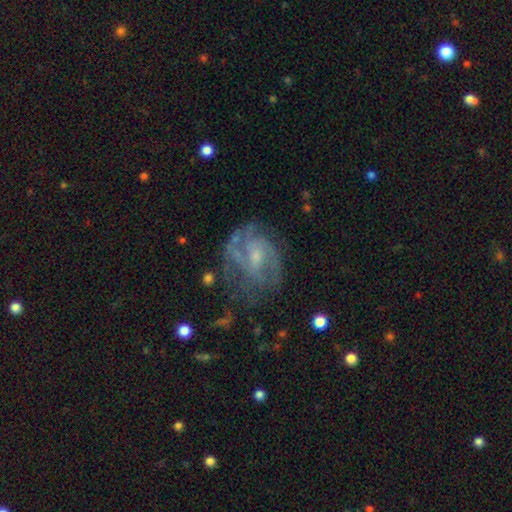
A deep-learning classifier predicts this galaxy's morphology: The model was most divided on "bar": weak: 48%, no: 43%, strong: 10%. Remaining: edge-on disk — no (97%); spiral arms — yes (85%); smooth or featured — featured or disk (78%); merging — none (54%); bulge size — small (50%); spiral winding — medium (46%); spiral arm count — 2 (44%).